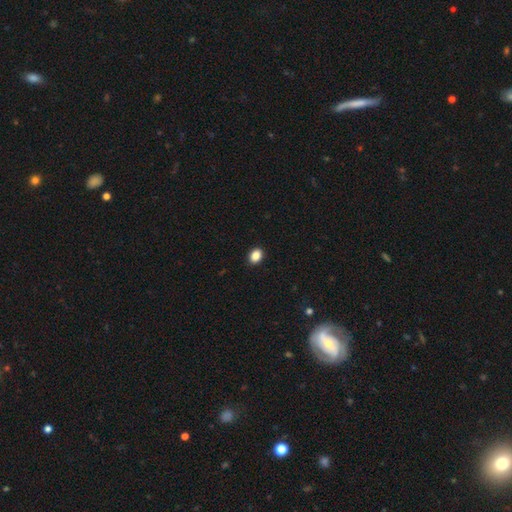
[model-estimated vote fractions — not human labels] smooth-or-featured: smooth: 88% | star or artifact: 9% | featured or disk: 3%
  how-rounded: in between: 65% | round: 34% | cigar-shaped: 1%
  merging: none: 91% | minor disturbance: 6% | major disturbance: 2% | merger: 1%